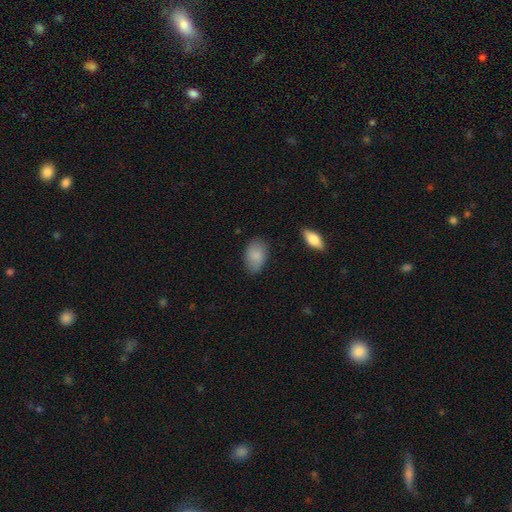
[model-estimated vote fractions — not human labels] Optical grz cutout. It shows a smooth galaxy with no disk features (84%) that is in between round and cigar-shaped (89%). Merging: none (76%).